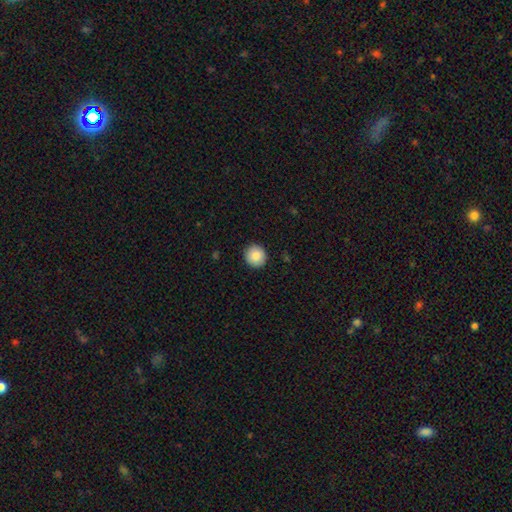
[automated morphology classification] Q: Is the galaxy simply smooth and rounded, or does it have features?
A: smooth — 85%.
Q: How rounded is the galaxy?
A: round — 93%.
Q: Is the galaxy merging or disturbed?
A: none — 92%.